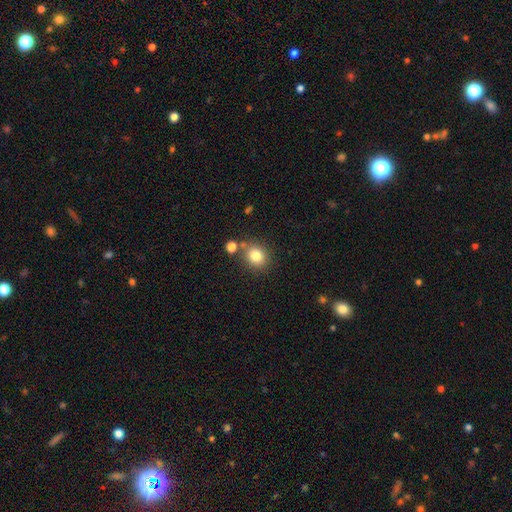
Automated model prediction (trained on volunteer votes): smooth 81%, star or artifact 11%, featured or disk 8%. Down the decision tree: how rounded — round (75%); merging — none (73%).